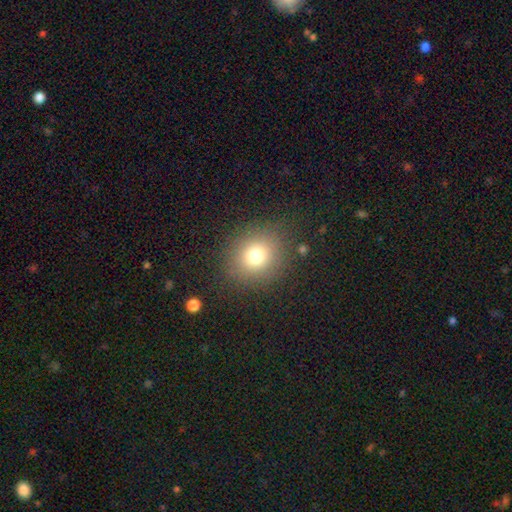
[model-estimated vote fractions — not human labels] Overall: smooth (76%). How rounded: round (80%). Merging: none (86%).